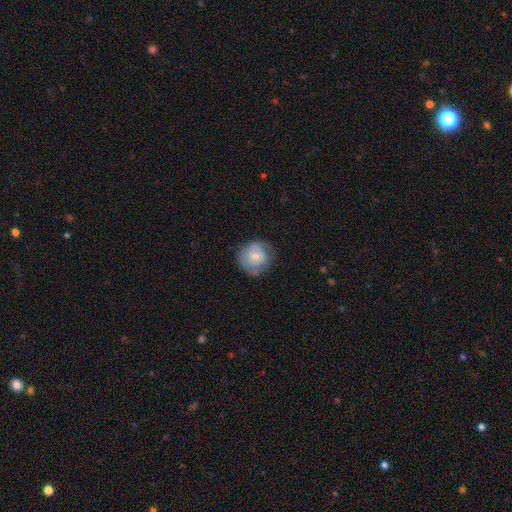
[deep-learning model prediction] This is possibly a smooth galaxy (55%). How rounded: clearly round (87%). Merging: likely none (63%).